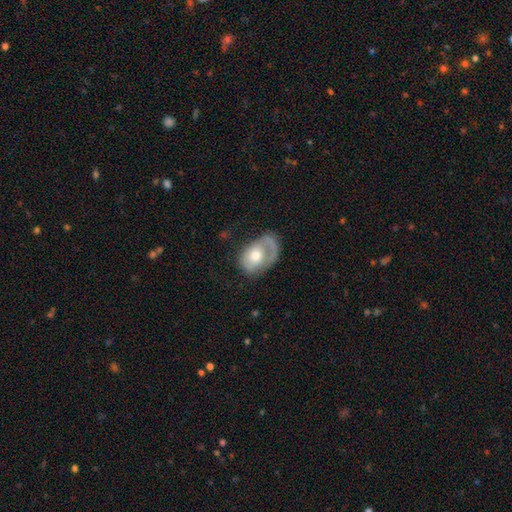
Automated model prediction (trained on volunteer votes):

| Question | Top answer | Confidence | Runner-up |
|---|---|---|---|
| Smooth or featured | featured or disk | 48% | smooth (45%) |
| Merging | none | 37% | major disturbance (34%) |